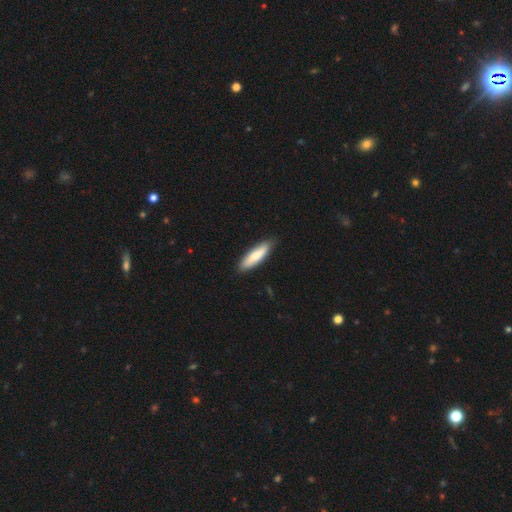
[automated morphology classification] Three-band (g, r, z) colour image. It shows a smooth galaxy with no disk features (77%) that is cigar-shaped (66%). Merging: none (85%).